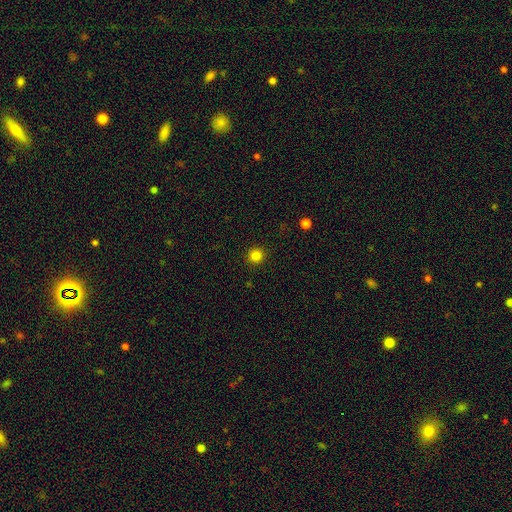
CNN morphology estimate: Smooth or featured: smooth — 83% (star or artifact — 13%)
How rounded: round — 94% (in between — 5%)
Merging: none — 93% (minor disturbance — 5%)